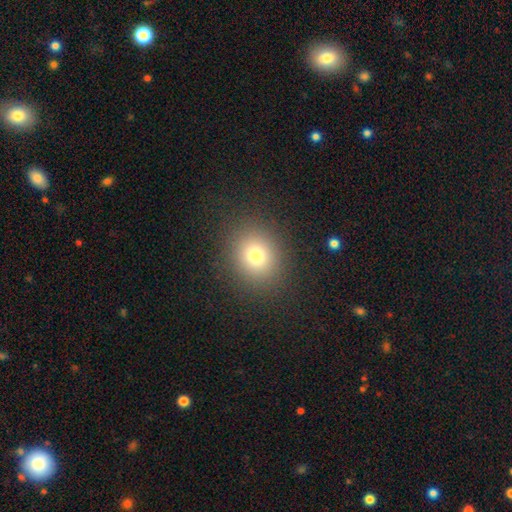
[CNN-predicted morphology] Q: Smooth or featured?
A: smooth (75%); runner-up: star or artifact (15%)
Q: How rounded?
A: round (73%); runner-up: in between (26%)
Q: Merging?
A: none (88%); runner-up: minor disturbance (7%)